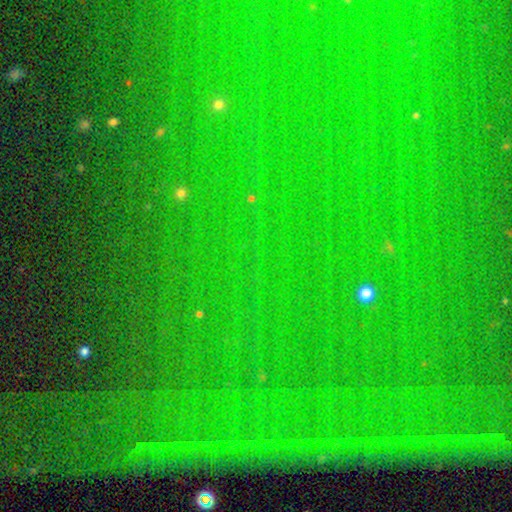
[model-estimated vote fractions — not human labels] Smooth or featured?
  - star or artifact: 82% *
  - smooth: 11%
  - featured or disk: 8%